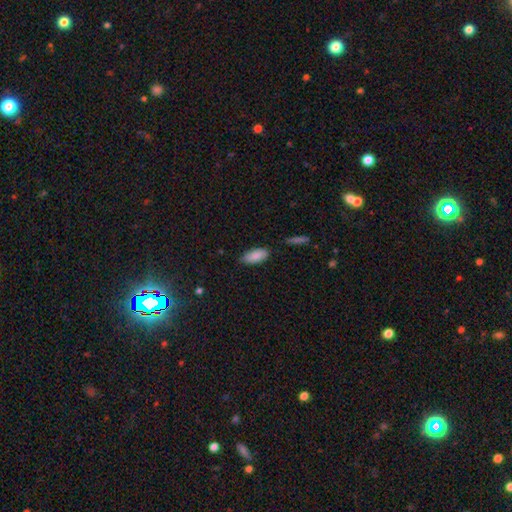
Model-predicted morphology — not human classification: Overall: smooth (86%). How rounded: in between (87%). Merging: none (78%).